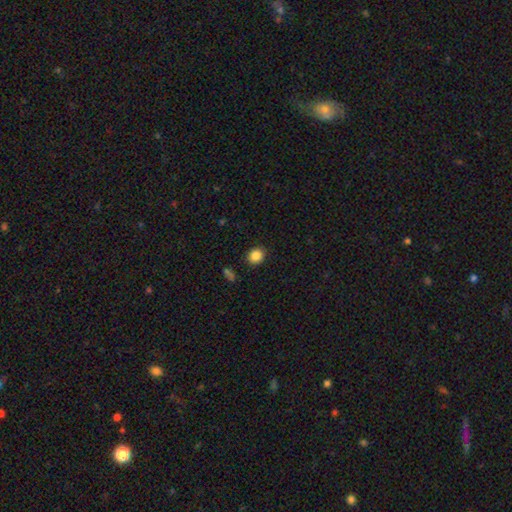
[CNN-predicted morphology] Smooth or featured? smooth (86%)
How rounded? round (72%)
Merging? none (89%)